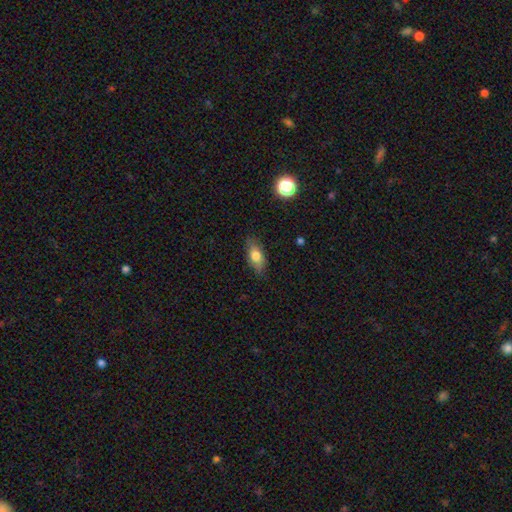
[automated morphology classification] The model was most divided on "smooth or featured": smooth: 74%, featured or disk: 18%, star or artifact: 8%. More confident: merging — none (84%); how rounded — in between (80%).